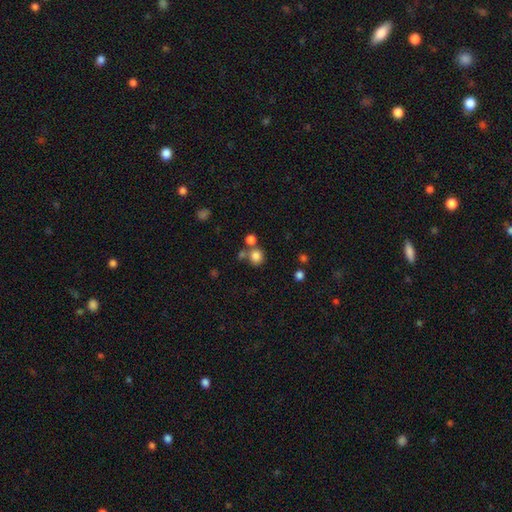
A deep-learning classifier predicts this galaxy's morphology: smooth 81%, star or artifact 12%, featured or disk 7%. Down the decision tree: how rounded — round (88%); merging — none (63%).